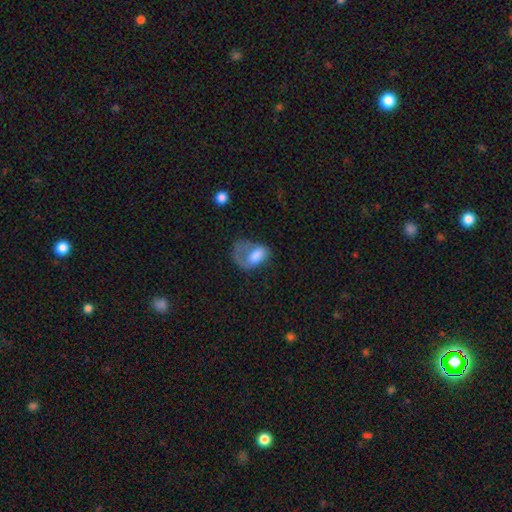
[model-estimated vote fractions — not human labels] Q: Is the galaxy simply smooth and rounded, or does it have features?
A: smooth — 59%.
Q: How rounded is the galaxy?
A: in between — 82%.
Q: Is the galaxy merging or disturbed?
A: major disturbance — 56%.